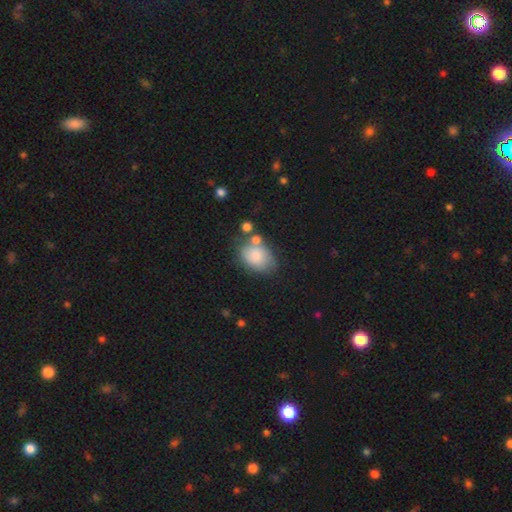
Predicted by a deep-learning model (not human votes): Morphology: type=smooth (79%); roundness=in between (76%); merging=none (53%).